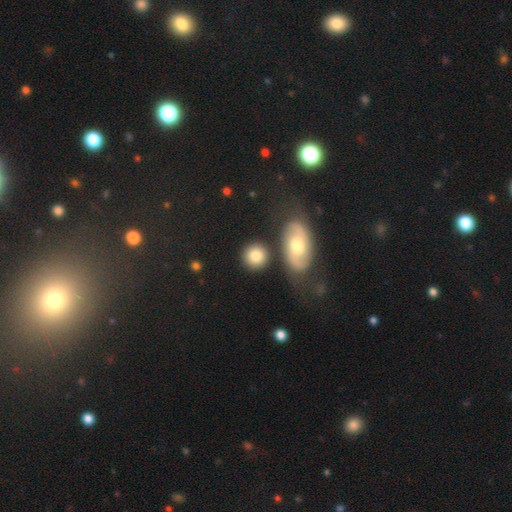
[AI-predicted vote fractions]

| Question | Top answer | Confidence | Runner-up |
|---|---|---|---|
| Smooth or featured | smooth | 80% | featured or disk (14%) |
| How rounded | round | 83% | in between (15%) |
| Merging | none | 78% | merger (10%) |